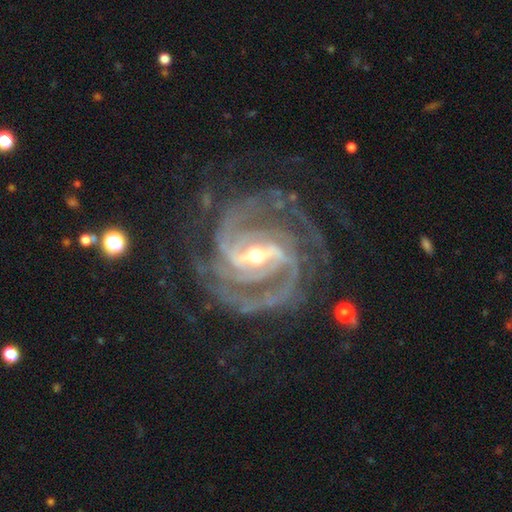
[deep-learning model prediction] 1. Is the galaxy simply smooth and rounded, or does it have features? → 94% featured or disk, 4% star or artifact, 2% smooth.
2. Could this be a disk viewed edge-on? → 98% no, 2% yes.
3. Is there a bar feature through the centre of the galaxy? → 58% strong, 33% weak, 9% no.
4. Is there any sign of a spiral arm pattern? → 99% yes, 1% no.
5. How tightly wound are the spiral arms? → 60% tight, 35% medium, 4% loose.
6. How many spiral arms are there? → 35% 2, 29% 3, 15% 4, 9% can't tell, 6% more than 4, 6% 1.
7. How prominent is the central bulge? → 54% moderate, 41% small, 4% large, 1% none, 1% dominant.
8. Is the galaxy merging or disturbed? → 72% none, 16% minor disturbance, 10% major disturbance, 2% merger.